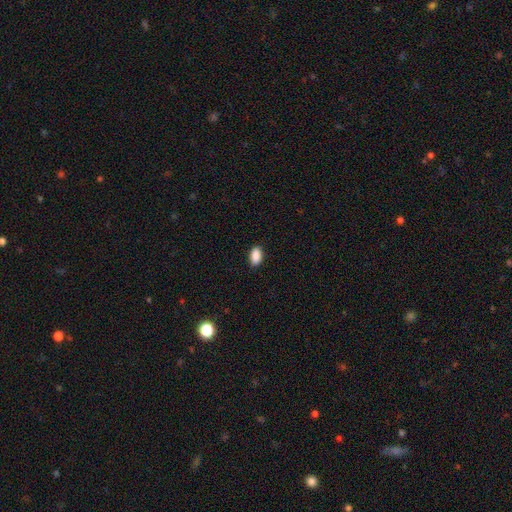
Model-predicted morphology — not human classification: This appears to be a smooth galaxy with no disk features (90%) that is in between round and cigar-shaped (92%). Merging: none (88%).